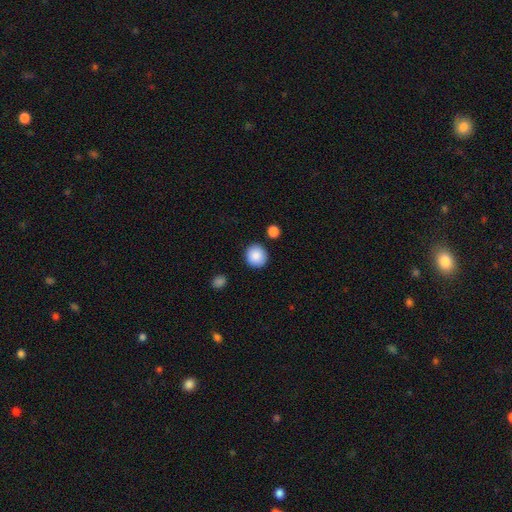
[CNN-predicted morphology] A smooth galaxy with no disk features (89%) that is round (90%). Merging: none (88%).